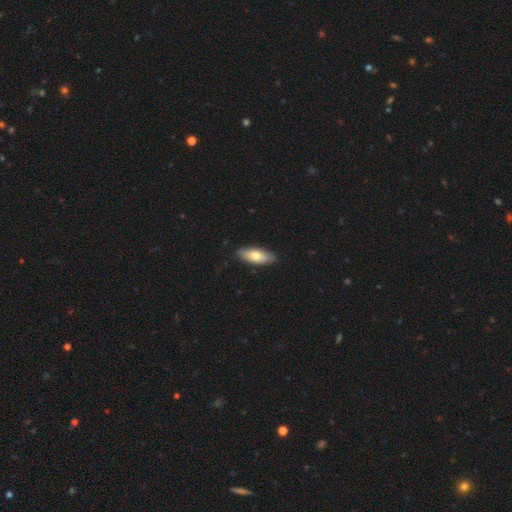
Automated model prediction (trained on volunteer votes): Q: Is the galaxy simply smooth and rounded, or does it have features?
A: smooth — 71%.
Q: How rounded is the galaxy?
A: in between — 82%.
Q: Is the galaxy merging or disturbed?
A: none — 87%.